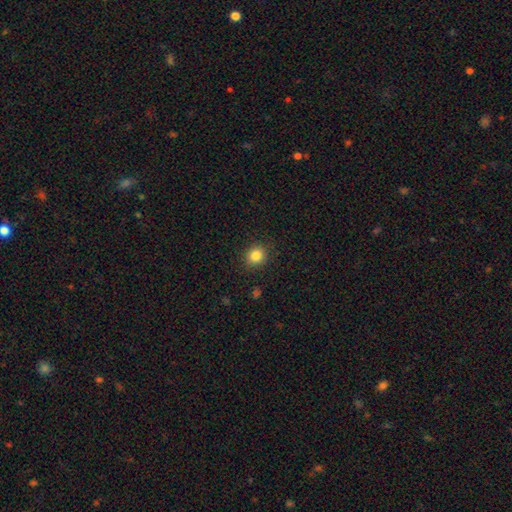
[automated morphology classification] Smooth or featured: smooth — 84% (star or artifact — 11%)
How rounded: round — 83% (in between — 16%)
Merging: none — 89% (minor disturbance — 7%)